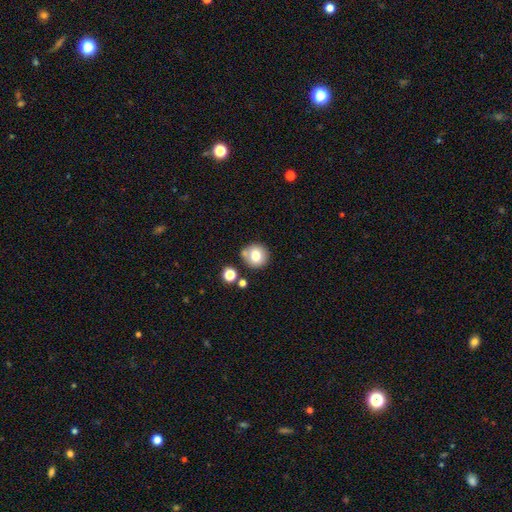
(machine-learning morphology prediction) smooth-or-featured: smooth: 76% | featured or disk: 13% | star or artifact: 11%
  how-rounded: round: 91% | in between: 8% | cigar-shaped: 1%
  merging: none: 72% | merger: 12% | minor disturbance: 12% | major disturbance: 3%